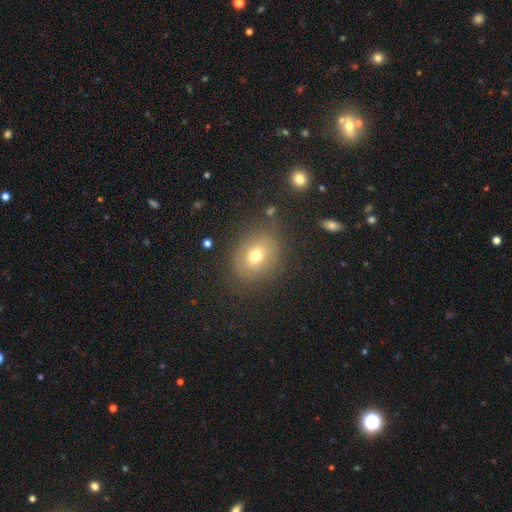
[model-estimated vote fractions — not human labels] Overall: smooth (70%). How rounded: in between (53%; round 45%). Merging: none (81%).